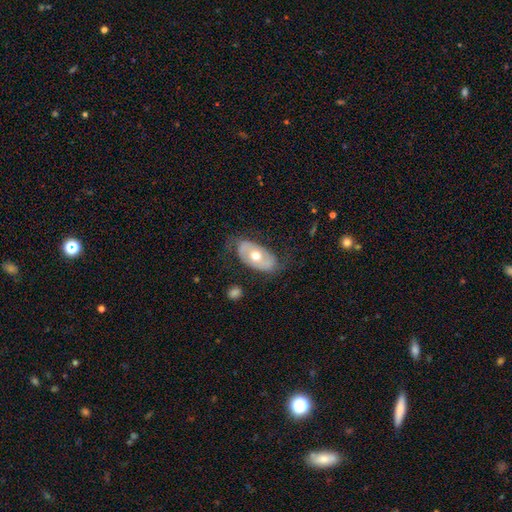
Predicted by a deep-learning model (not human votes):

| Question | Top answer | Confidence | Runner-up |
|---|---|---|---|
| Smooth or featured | featured or disk | 56% | smooth (38%) |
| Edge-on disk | no | 90% | yes (10%) |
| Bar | no | 79% | weak (15%) |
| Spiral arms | no | 55% | yes (45%) |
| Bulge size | moderate | 78% | small (11%) |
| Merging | none | 68% | minor disturbance (20%) |